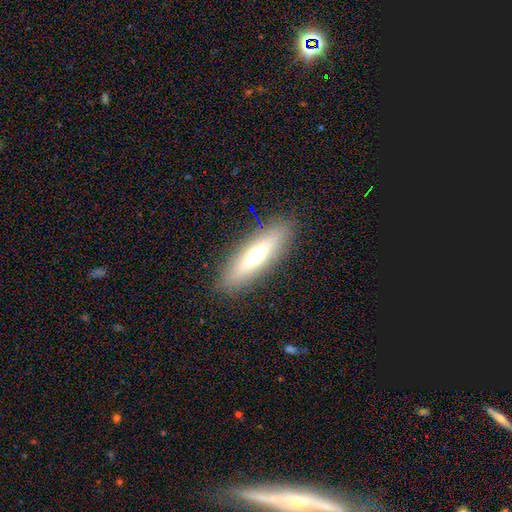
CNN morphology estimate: smooth-or-featured: smooth: 54% | featured or disk: 37% | star or artifact: 9%
  how-rounded: cigar-shaped: 55% | in between: 42% | round: 3%
  merging: none: 87% | minor disturbance: 8% | major disturbance: 3% | merger: 1%